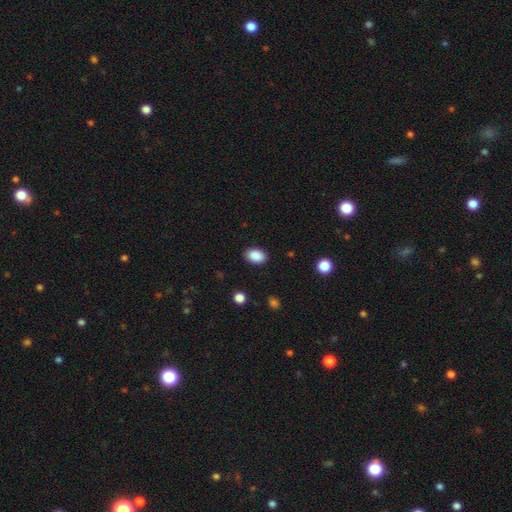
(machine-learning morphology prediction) smooth_or_featured: smooth (p=0.89) [alt: star or artifact p=0.08]
how_rounded: in between (p=0.85) [alt: round p=0.14]
merging: none (p=0.88) [alt: minor disturbance p=0.08]